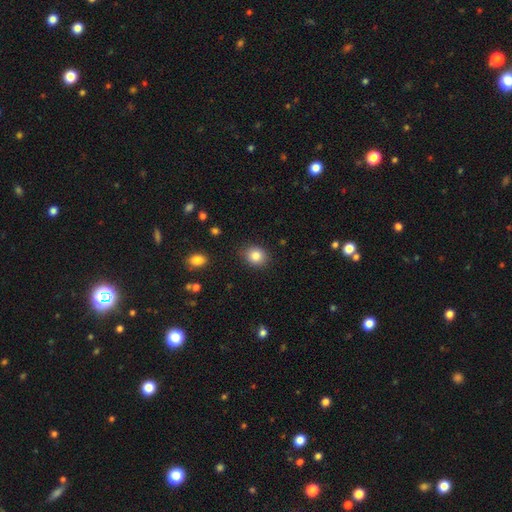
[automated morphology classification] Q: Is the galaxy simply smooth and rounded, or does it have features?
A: smooth — 84%.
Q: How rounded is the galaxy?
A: round — 67%.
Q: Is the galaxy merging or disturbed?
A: none — 87%.